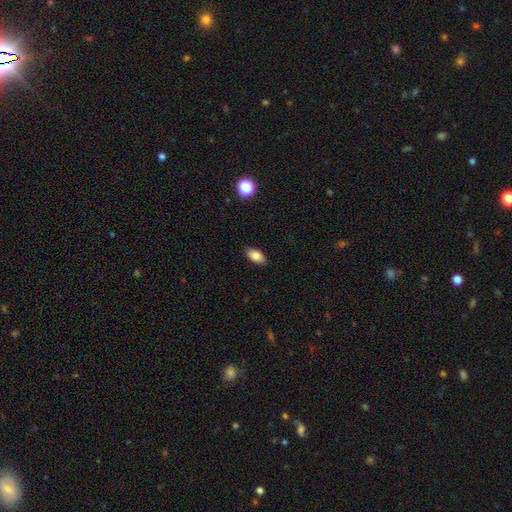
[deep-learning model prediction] A smooth galaxy with no disk features (84%) that is in between round and cigar-shaped (91%).

Vote fractions:
- Smooth or featured? smooth: 84% / star or artifact: 9% / featured or disk: 8%
- How rounded? in between: 91% / round: 6% / cigar-shaped: 3%
- Merging? none: 87% / minor disturbance: 10% / major disturbance: 2% / merger: 1%